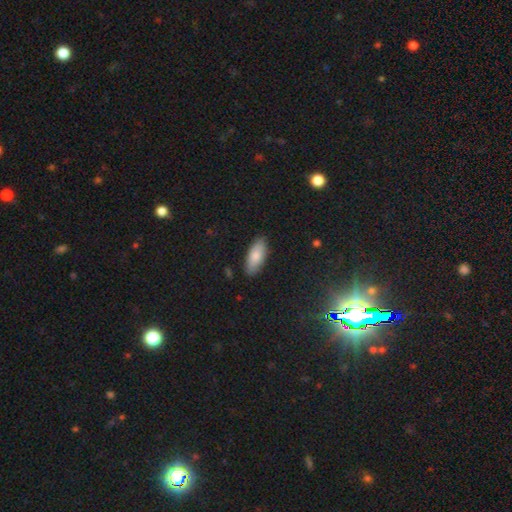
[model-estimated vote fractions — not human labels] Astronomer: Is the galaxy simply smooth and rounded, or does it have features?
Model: smooth — 81%.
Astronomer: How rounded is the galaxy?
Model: in between — 82%.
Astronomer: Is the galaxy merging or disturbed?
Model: none — 86%.